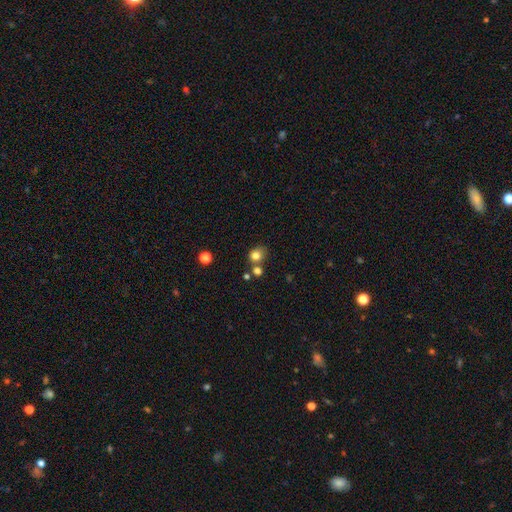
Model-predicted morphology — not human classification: The model was most divided on "merging": none: 64%, merger: 19%, minor disturbance: 13%, major disturbance: 5%. More confident: smooth or featured — smooth (81%); how rounded — round (75%).